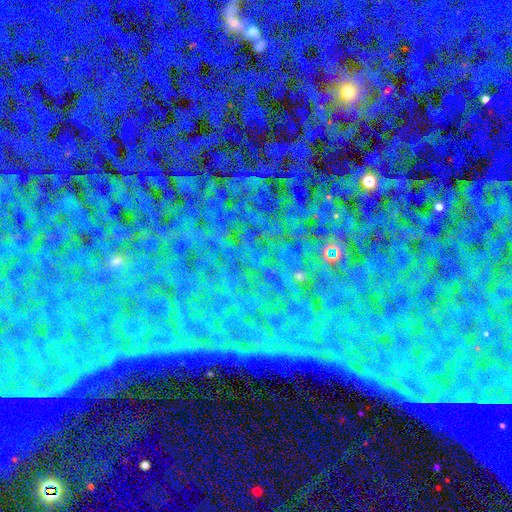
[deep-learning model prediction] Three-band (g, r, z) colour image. It shows a star or artifact, not a galaxy (82%).